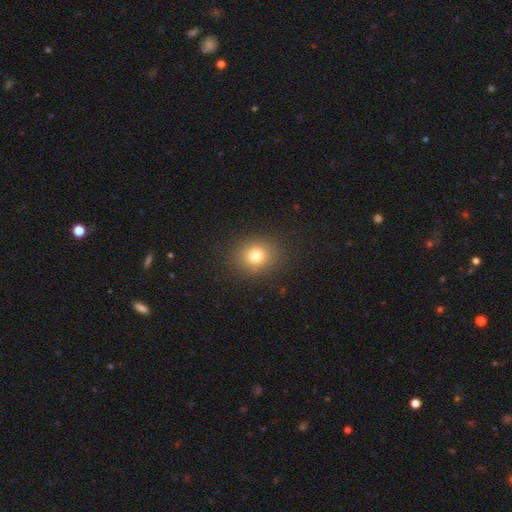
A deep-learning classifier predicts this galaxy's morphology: The model was most divided on "how rounded": round: 71%, in between: 28%, cigar-shaped: 1%. More confident: merging — none (88%); smooth or featured — smooth (77%).